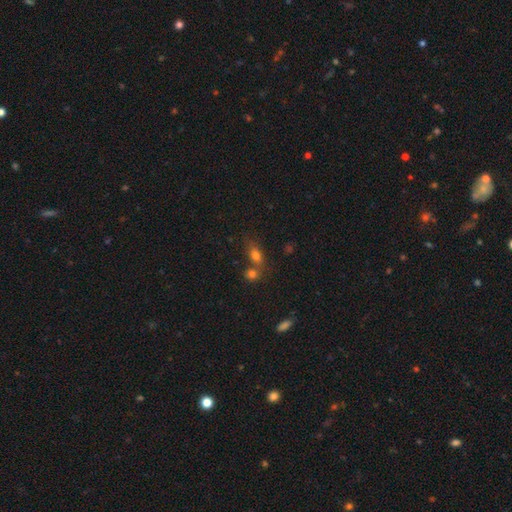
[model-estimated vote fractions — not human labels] Smooth or featured? Predicted: smooth (p=0.74). How rounded? Predicted: in between (p=0.72). Merging? Predicted: none (p=0.46).